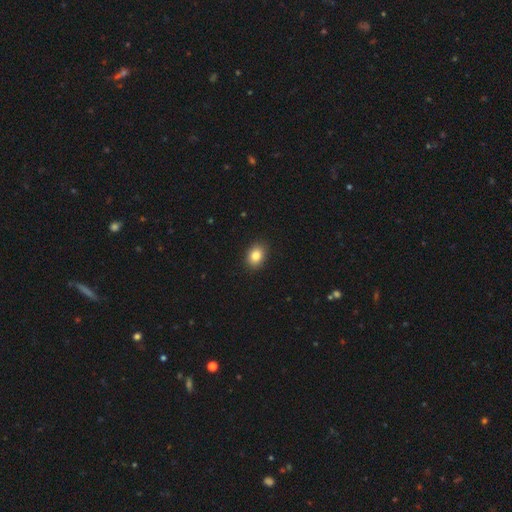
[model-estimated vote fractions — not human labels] Smooth or featured? Predicted: smooth (p=0.83). How rounded? Predicted: in between (p=0.58). Merging? Predicted: none (p=0.90).